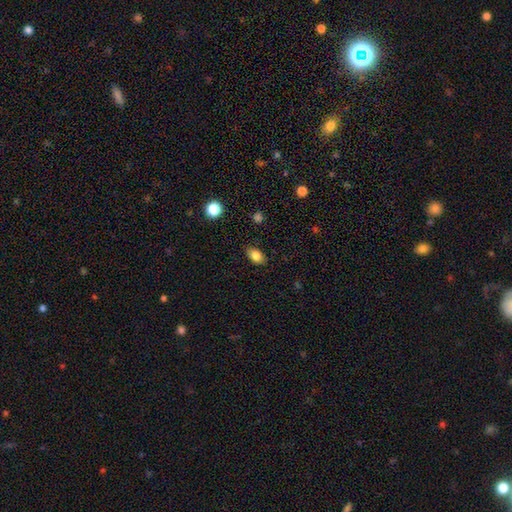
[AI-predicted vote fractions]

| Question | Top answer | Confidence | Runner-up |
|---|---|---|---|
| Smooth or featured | smooth | 82% | star or artifact (10%) |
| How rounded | in between | 84% | round (14%) |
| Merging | none | 86% | minor disturbance (11%) |